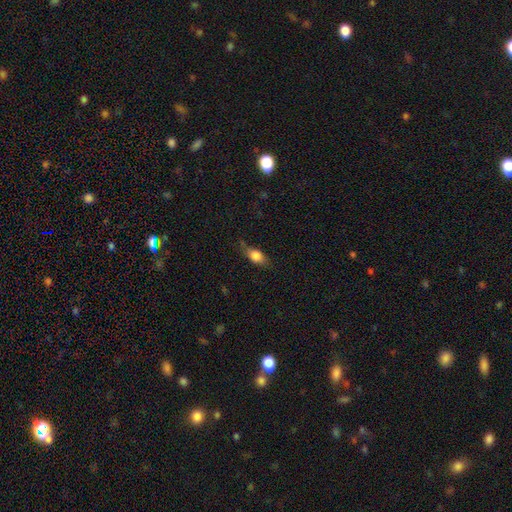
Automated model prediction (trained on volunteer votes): Q: Smooth or featured?
A: smooth (76%); runner-up: featured or disk (16%)
Q: How rounded?
A: in between (77%); runner-up: cigar-shaped (13%)
Q: Merging?
A: none (59%); runner-up: minor disturbance (30%)